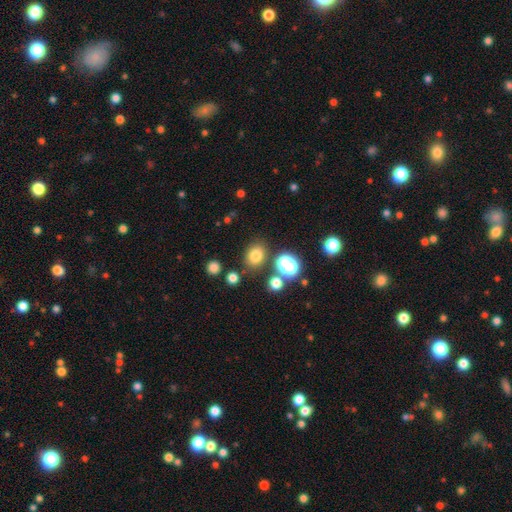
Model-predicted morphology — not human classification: This appears to be a smooth galaxy with no disk features (75%) that is in between round and cigar-shaped (50%). Merging: none (78%).